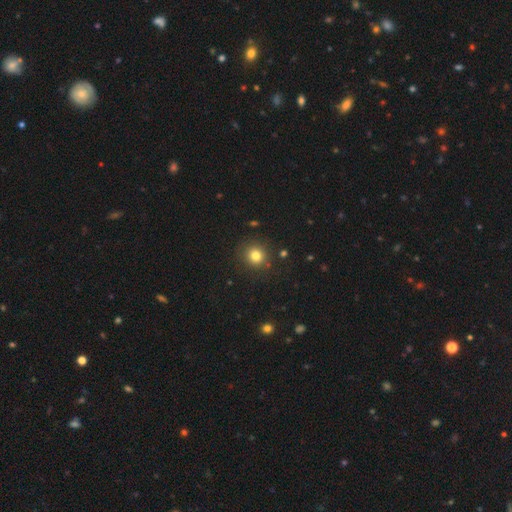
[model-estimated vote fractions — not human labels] smooth_or_featured: smooth (p=0.80) [alt: star or artifact p=0.13]
how_rounded: round (p=0.90) [alt: in between p=0.09]
merging: none (p=0.87) [alt: minor disturbance p=0.08]